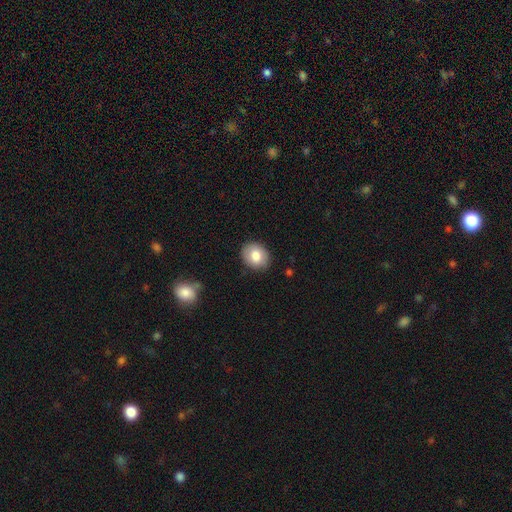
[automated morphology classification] Smooth or featured? smooth (80%)
How rounded? in between (55%)
Merging? none (86%)